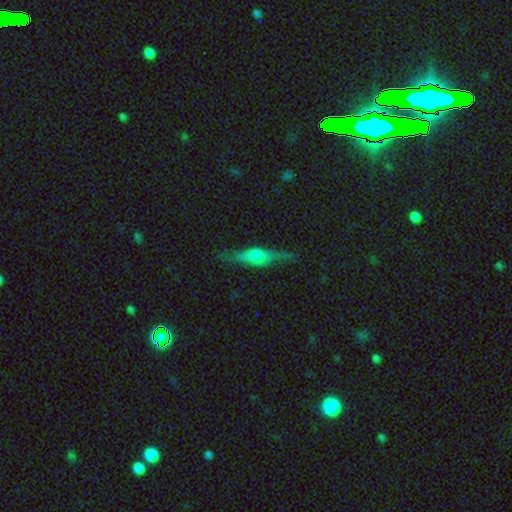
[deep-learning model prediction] A featured or disk galaxy (56%) viewed edge-on (92%) with a rounded central bulge (84%). Merging: none (78%).